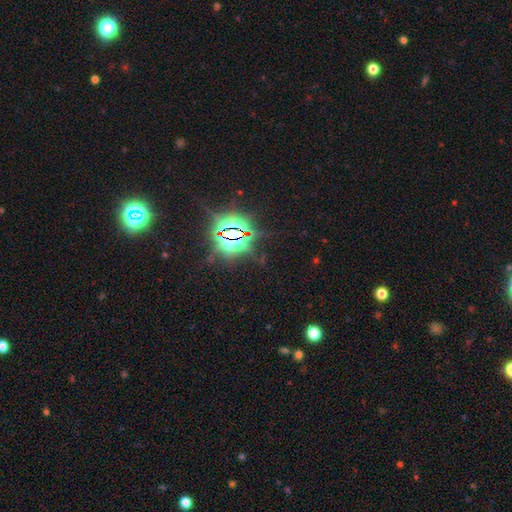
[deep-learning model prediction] Q: Smooth or featured?
A: star or artifact (84%); runner-up: smooth (9%)